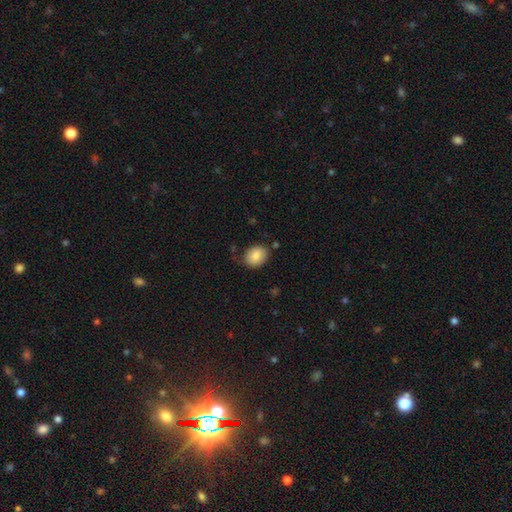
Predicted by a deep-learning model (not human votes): Smooth or featured?
  - smooth: 85% *
  - star or artifact: 8%
  - featured or disk: 8%
How rounded?
  - in between: 59% *
  - round: 41%
  - cigar-shaped: 1%
Merging?
  - none: 75% *
  - minor disturbance: 18%
  - major disturbance: 5%
  - merger: 3%